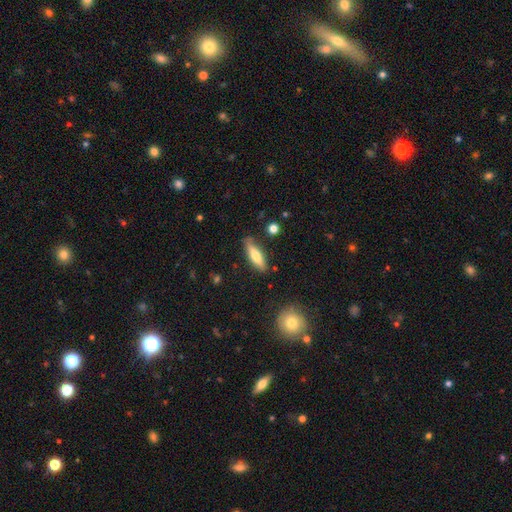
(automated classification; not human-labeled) The model was most divided on "how rounded": cigar-shaped: 63%, in between: 35%, round: 2%. More confident: merging — none (78%); smooth or featured — smooth (65%).